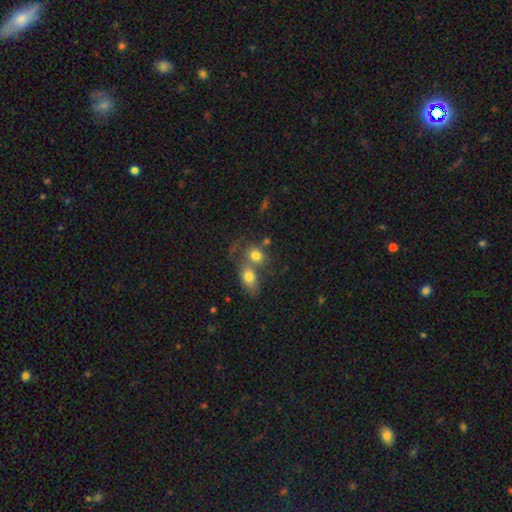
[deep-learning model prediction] smooth_or_featured: smooth (p=0.75) [alt: featured or disk p=0.15]
how_rounded: round (p=0.55) [alt: in between p=0.43]
merging: merger (p=0.57) [alt: none p=0.30]